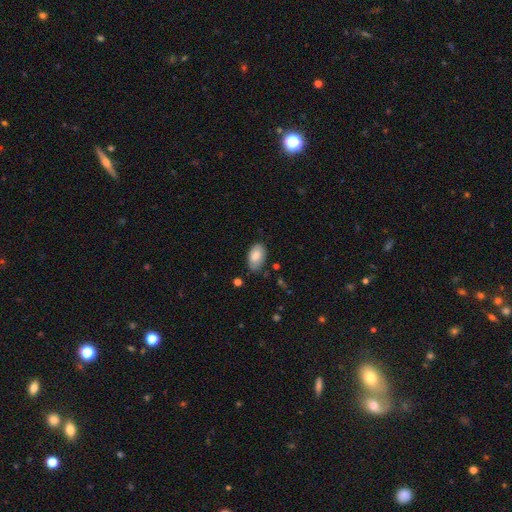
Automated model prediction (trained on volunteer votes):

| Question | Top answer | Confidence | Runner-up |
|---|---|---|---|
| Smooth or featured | smooth | 81% | featured or disk (12%) |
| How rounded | in between | 94% | round (5%) |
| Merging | none | 78% | minor disturbance (17%) |